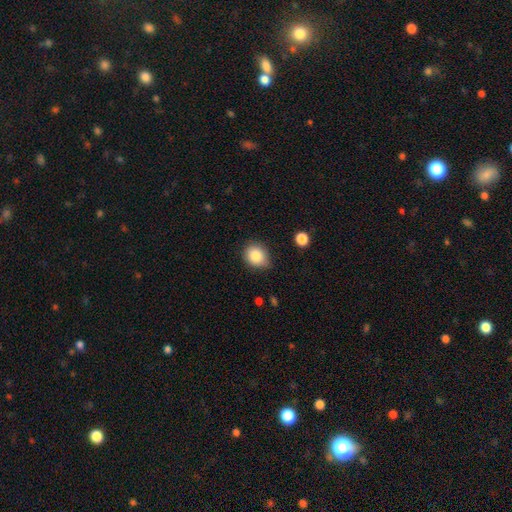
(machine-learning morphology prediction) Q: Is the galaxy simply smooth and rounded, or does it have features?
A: smooth — 84%.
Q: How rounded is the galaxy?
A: round — 66%.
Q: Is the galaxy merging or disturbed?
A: none — 71%.